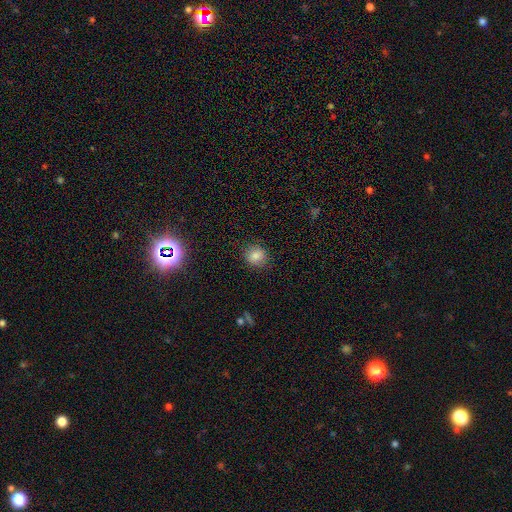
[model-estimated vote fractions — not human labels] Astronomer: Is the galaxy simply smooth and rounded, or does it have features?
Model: smooth — 82%.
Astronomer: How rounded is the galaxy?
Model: round — 78%.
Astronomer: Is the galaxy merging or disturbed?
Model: none — 85%.